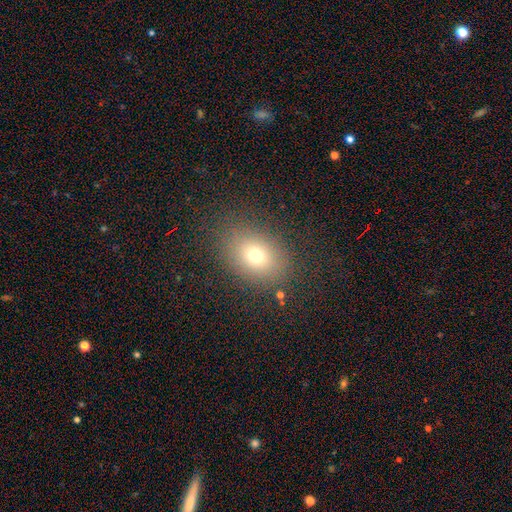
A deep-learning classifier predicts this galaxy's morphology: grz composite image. It shows a smooth galaxy with no disk features (71%) that is in between round and cigar-shaped (63%). Merging: none (84%).